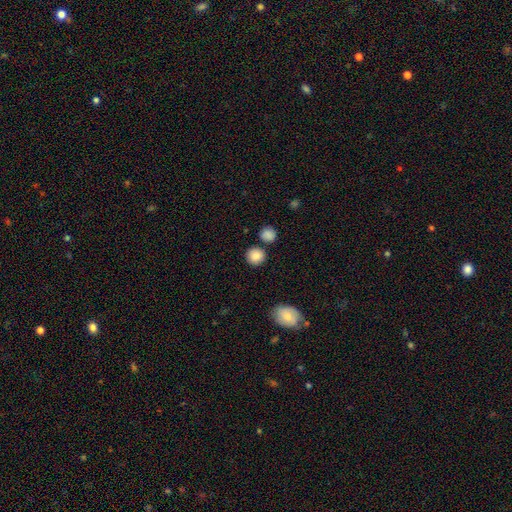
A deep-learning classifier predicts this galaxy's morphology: Smooth or featured? Predicted: smooth (p=0.87). How rounded? Predicted: round (p=0.89). Merging? Predicted: none (p=0.82).